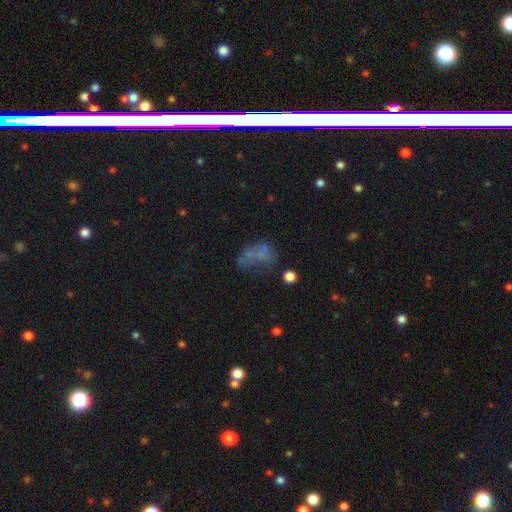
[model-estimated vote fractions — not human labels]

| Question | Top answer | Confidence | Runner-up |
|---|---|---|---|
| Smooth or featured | smooth | 43% | featured or disk (33%) |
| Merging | none | 35% | major disturbance (31%) |